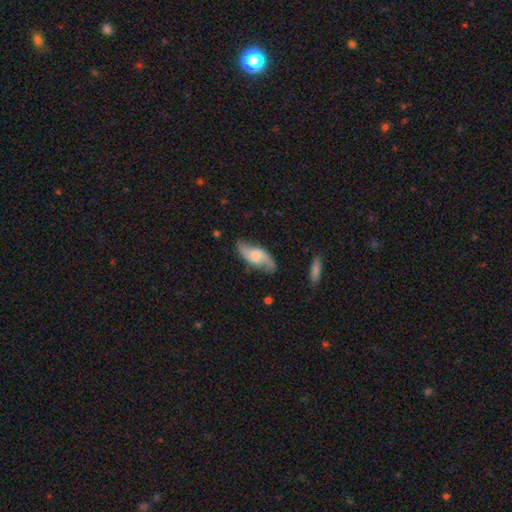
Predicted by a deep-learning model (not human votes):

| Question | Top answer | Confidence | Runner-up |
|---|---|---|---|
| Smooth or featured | featured or disk | 74% | smooth (20%) |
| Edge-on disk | no | 91% | yes (9%) |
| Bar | no | 54% | weak (38%) |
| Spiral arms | yes | 94% | no (6%) |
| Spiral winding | loose | 63% | medium (29%) |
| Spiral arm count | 2 | 91% | can't tell (4%) |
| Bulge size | moderate | 37% | small (30%) |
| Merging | none | 76% | minor disturbance (17%) |